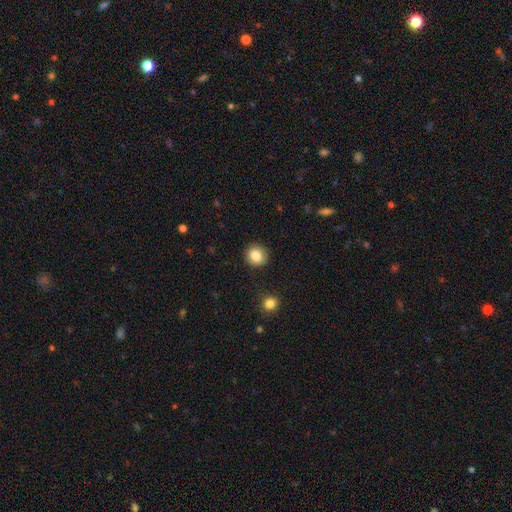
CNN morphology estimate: Q: Smooth or featured?
A: smooth (86%); runner-up: star or artifact (9%)
Q: How rounded?
A: round (82%); runner-up: in between (17%)
Q: Merging?
A: none (89%); runner-up: minor disturbance (8%)